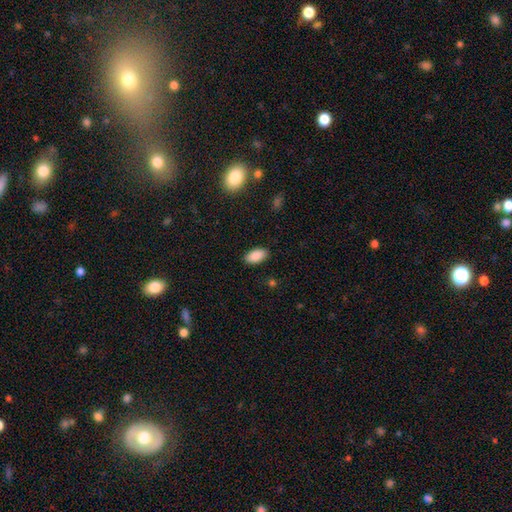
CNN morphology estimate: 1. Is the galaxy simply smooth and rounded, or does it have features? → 88% smooth, 7% star or artifact, 4% featured or disk.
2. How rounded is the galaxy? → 94% in between, 3% round, 3% cigar-shaped.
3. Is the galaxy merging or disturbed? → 88% none, 9% minor disturbance, 2% major disturbance, 1% merger.